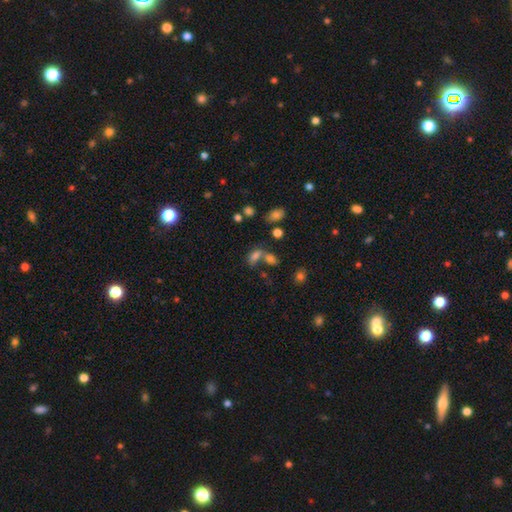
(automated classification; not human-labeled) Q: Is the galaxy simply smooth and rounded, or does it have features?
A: smooth — 71%.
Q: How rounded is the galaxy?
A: in between — 83%.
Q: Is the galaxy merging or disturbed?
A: merger — 47%.